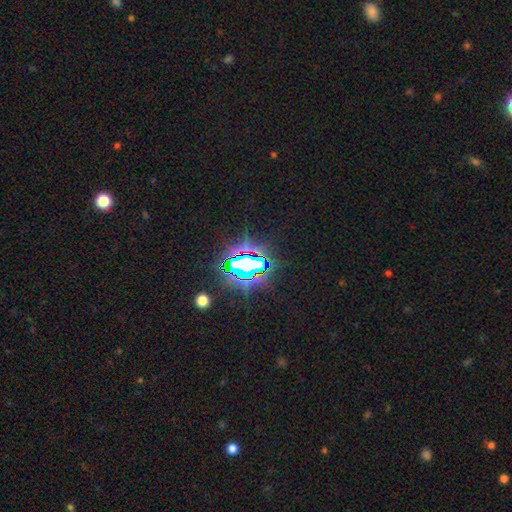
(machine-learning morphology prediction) A star or artifact, not a galaxy (82%).